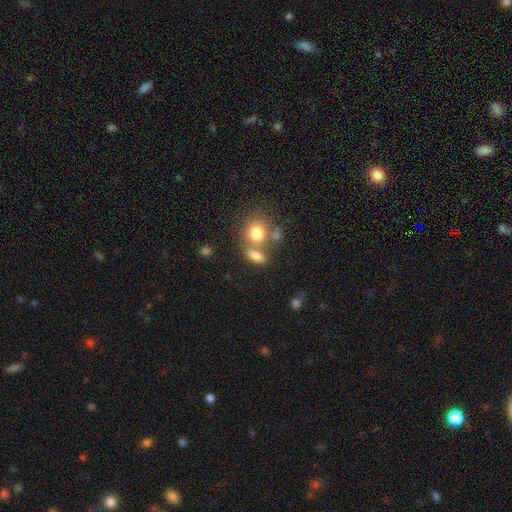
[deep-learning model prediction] A smooth galaxy with no disk features (78%) that is in between round and cigar-shaped (71%). Merging: none (49%).